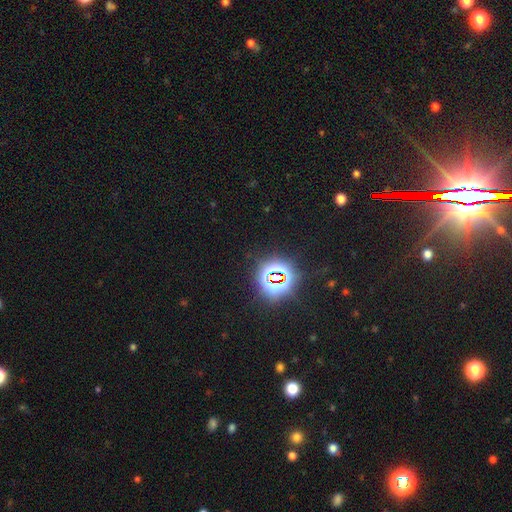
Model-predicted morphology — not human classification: This is clearly a star or artifact rather than a galaxy (85%).